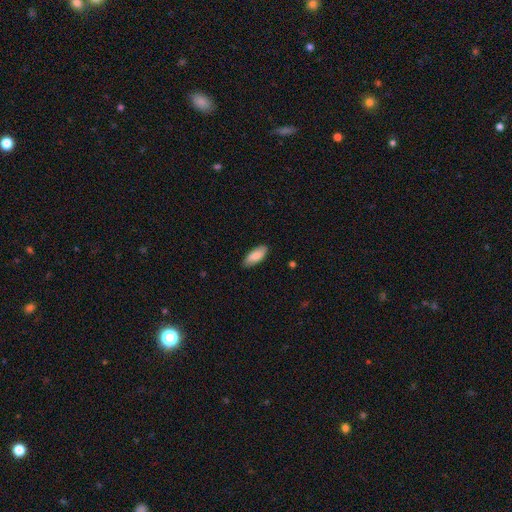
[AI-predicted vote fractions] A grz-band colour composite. It shows a smooth galaxy with no disk features (83%) that is in between round and cigar-shaped (83%). Merging: none (85%).